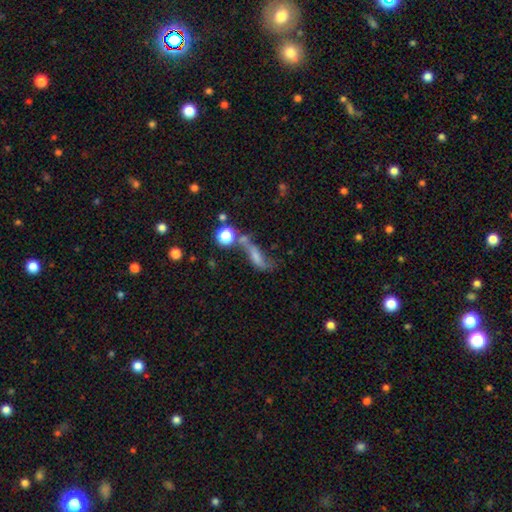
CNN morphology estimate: Smooth or featured: smooth — 51% (featured or disk — 32%)
How rounded: cigar-shaped — 47% (in between — 42%)
Merging: none — 30% (merger — 27%)